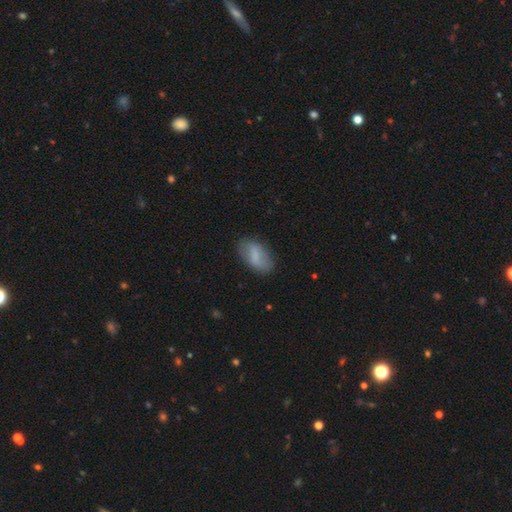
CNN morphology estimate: smooth 70%, featured or disk 22%, star or artifact 7%. Down the decision tree: how rounded — in between (92%); merging — none (77%).